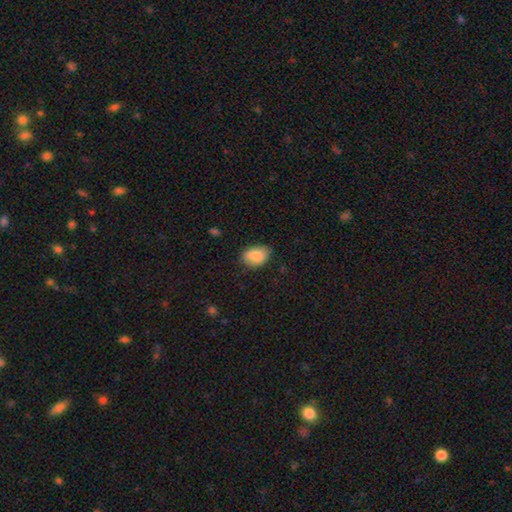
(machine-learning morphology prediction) Smooth or featured?
  - smooth: 85% *
  - featured or disk: 7%
  - star or artifact: 7%
How rounded?
  - in between: 79% *
  - round: 19%
  - cigar-shaped: 1%
Merging?
  - none: 72% *
  - minor disturbance: 23%
  - major disturbance: 4%
  - merger: 1%